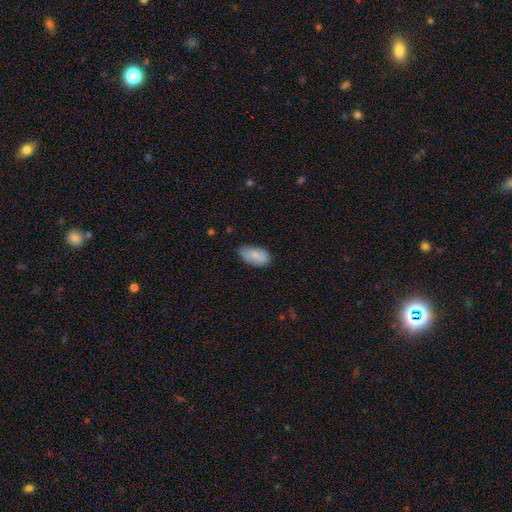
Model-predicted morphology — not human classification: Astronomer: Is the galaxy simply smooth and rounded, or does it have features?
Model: smooth — 83%.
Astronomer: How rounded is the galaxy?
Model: in between — 94%.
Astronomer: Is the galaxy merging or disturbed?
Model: none — 73%.